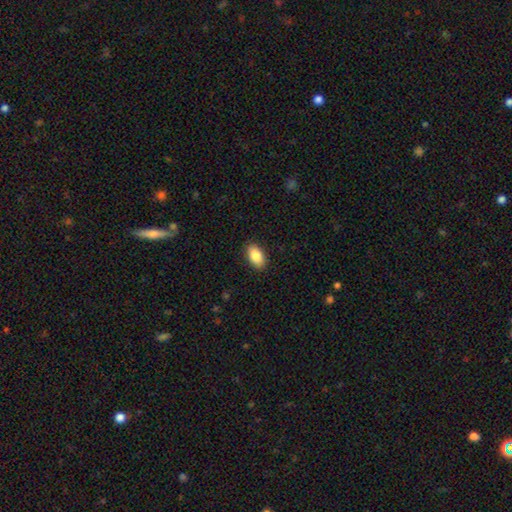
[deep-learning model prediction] A smooth galaxy with no disk features (87%) that is in between round and cigar-shaped (93%). Merging: none (89%).